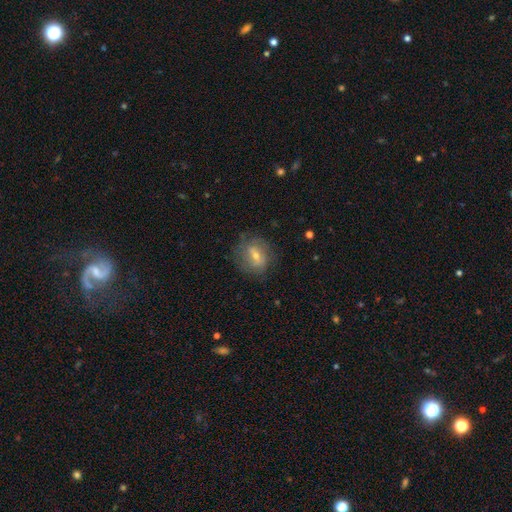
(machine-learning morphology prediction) type=smooth (47%); merging=none (71%).